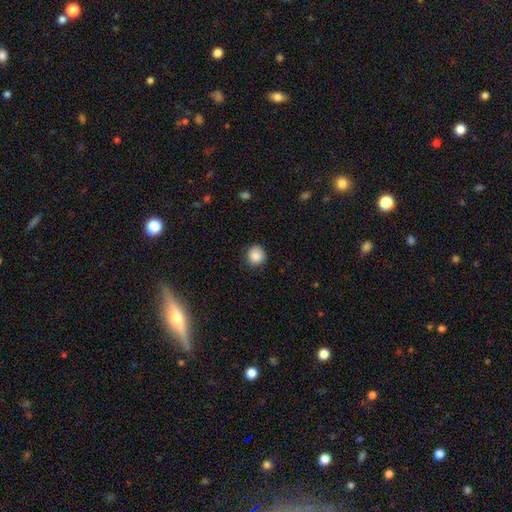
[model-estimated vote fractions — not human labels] The model was most divided on "merging": none: 87%, minor disturbance: 10%, major disturbance: 2%, merger: 1%. More confident: how rounded — round (91%); smooth or featured — smooth (88%).